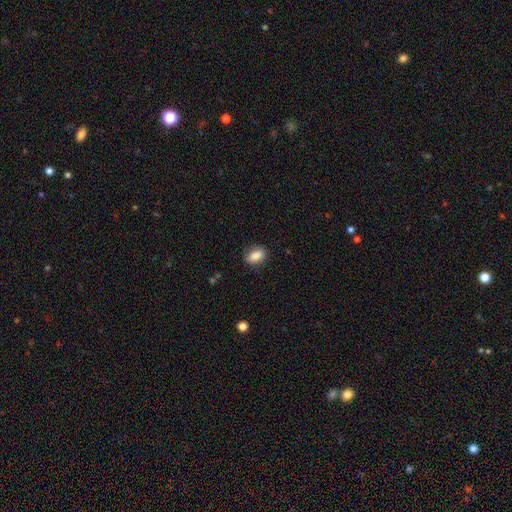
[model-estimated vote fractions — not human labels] This appears to be a smooth galaxy with no disk features (86%) that is in between round and cigar-shaped (84%). Merging: none (85%).